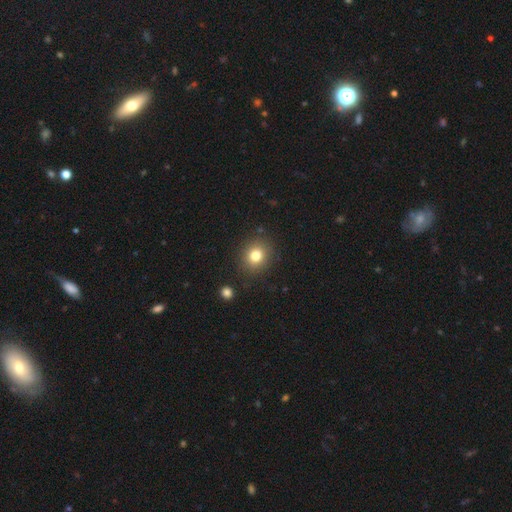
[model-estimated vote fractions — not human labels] Smooth or featured?
  - smooth: 79% *
  - star or artifact: 12%
  - featured or disk: 8%
How rounded?
  - round: 77% *
  - in between: 22%
  - cigar-shaped: 1%
Merging?
  - none: 88% *
  - minor disturbance: 8%
  - major disturbance: 3%
  - merger: 2%